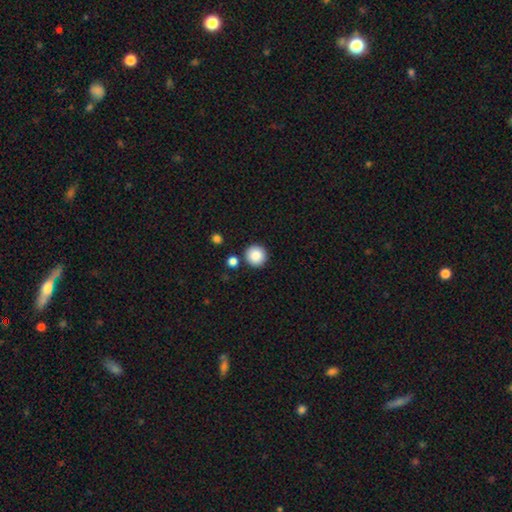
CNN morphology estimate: Q: Smooth or featured?
A: smooth (87%); runner-up: star or artifact (9%)
Q: How rounded?
A: round (95%); runner-up: in between (4%)
Q: Merging?
A: none (87%); runner-up: minor disturbance (6%)